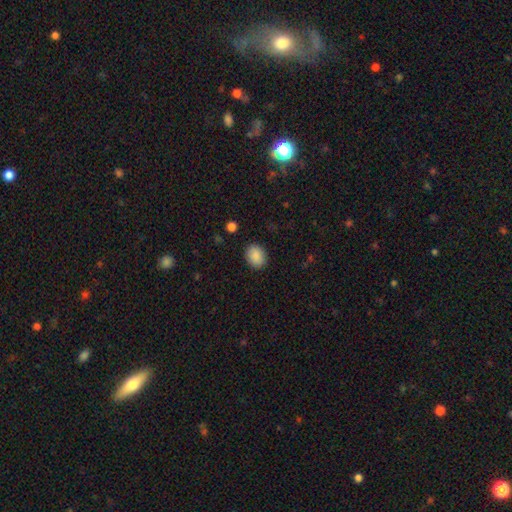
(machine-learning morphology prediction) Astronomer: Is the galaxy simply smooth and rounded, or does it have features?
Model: smooth — 89%.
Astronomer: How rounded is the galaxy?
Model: in between — 62% (runner-up: round, 37%).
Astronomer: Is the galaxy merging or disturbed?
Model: none — 89%.